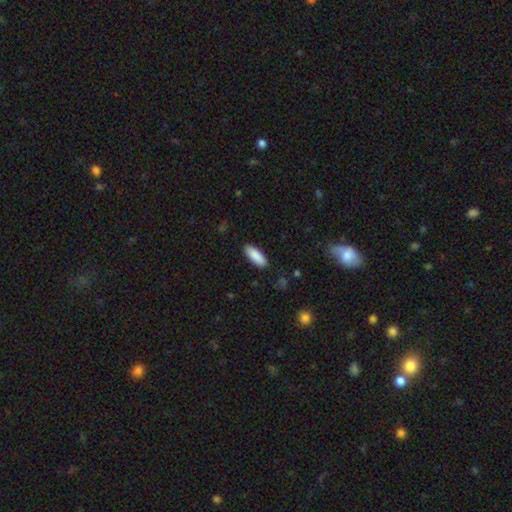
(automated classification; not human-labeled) Smooth or featured?
  - smooth: 89% *
  - star or artifact: 6%
  - featured or disk: 5%
How rounded?
  - in between: 70% *
  - cigar-shaped: 29%
  - round: 2%
Merging?
  - none: 88% *
  - minor disturbance: 9%
  - major disturbance: 2%
  - merger: 1%